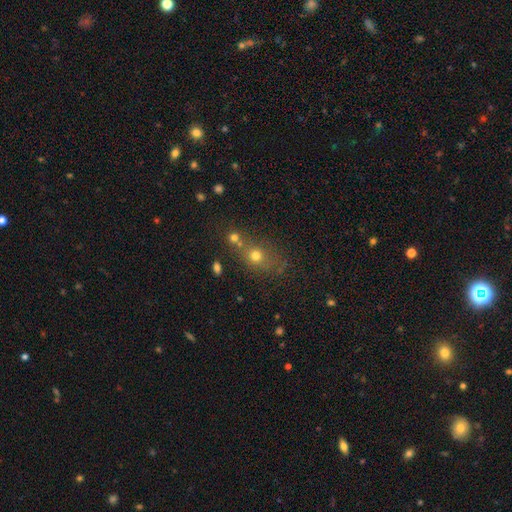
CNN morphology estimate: This is likely a smooth galaxy (65%). How rounded: likely round (65%). Merging: possibly none (51%).